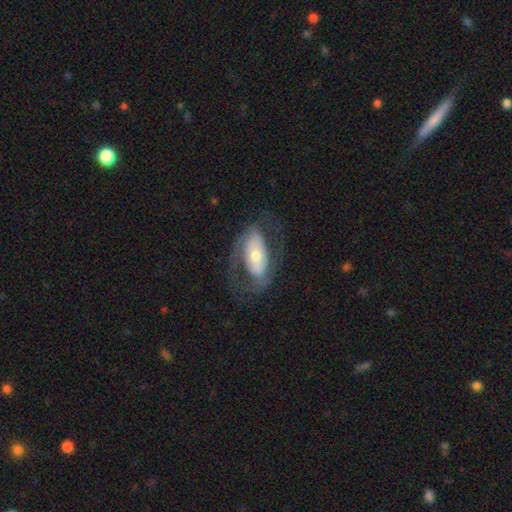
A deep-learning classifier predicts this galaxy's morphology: smooth-or-featured: featured or disk: 64% | smooth: 31% | star or artifact: 6%
  disk-edge-on: no: 90% | yes: 10%
    bar: no: 51% | strong: 25% | weak: 24%
    has-spiral-arms: yes: 58% | no: 42%
    bulge-size: moderate: 59% | small: 28% | large: 10% | dominant: 2% | none: 1%
  merging: none: 63% | major disturbance: 18% | minor disturbance: 18% | merger: 1%